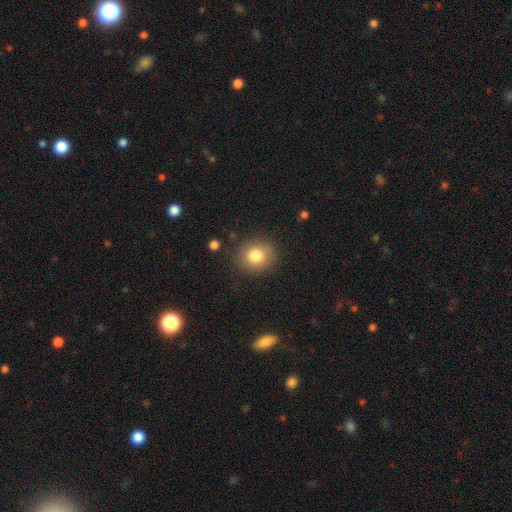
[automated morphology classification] The model was most divided on "how rounded": round: 82%, in between: 17%, cigar-shaped: 1%. More confident: merging — none (84%); smooth or featured — smooth (81%).